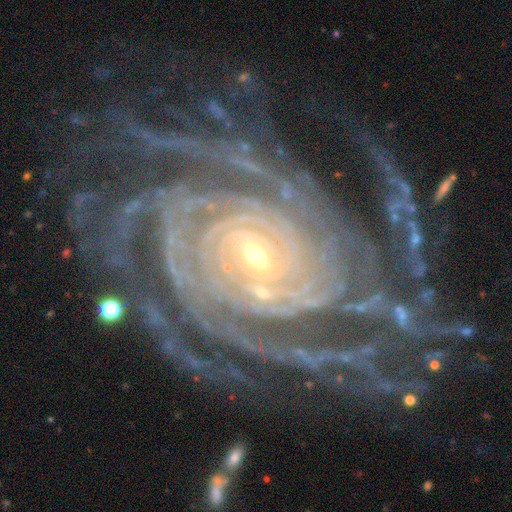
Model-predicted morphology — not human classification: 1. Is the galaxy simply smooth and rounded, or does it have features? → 92% featured or disk, 5% star or artifact, 3% smooth.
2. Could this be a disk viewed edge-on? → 97% no, 3% yes.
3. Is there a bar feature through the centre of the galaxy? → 43% no, 33% weak, 23% strong.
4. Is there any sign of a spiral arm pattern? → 99% yes, 1% no.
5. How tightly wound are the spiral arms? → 80% tight, 17% medium, 3% loose.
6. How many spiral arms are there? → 35% more than 4, 23% 4, 15% can't tell, 11% 3, 9% 2, 8% 1.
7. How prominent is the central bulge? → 77% small, 19% moderate, 2% large, 2% none, 1% dominant.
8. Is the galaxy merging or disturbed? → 74% none, 16% minor disturbance, 8% major disturbance, 2% merger.